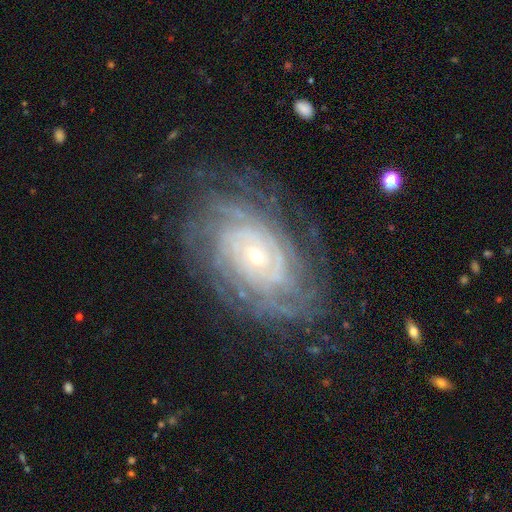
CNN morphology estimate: smooth-or-featured: featured or disk: 88% | smooth: 6% | star or artifact: 6%
  disk-edge-on: no: 96% | yes: 4%
    bar: no: 76% | weak: 17% | strong: 6%
    has-spiral-arms: yes: 97% | no: 3%
      spiral-winding: tight: 82% | medium: 15% | loose: 3%
      spiral-arm-count: can't tell: 33% | more than 4: 23% | 4: 17% | 3: 11% | 2: 11% | 1: 7%
    bulge-size: small: 68% | moderate: 28% | large: 2% | none: 1% | dominant: 1%
  merging: none: 76% | minor disturbance: 16% | major disturbance: 7% | merger: 1%